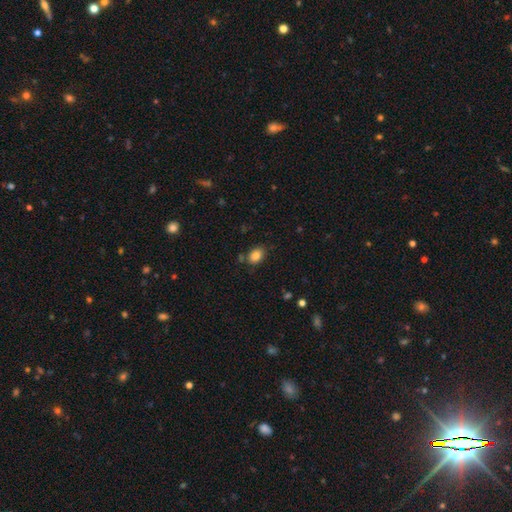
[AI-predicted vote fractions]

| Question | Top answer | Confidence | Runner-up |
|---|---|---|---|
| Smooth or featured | smooth | 83% | star or artifact (10%) |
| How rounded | in between | 75% | round (24%) |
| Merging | none | 77% | minor disturbance (14%) |